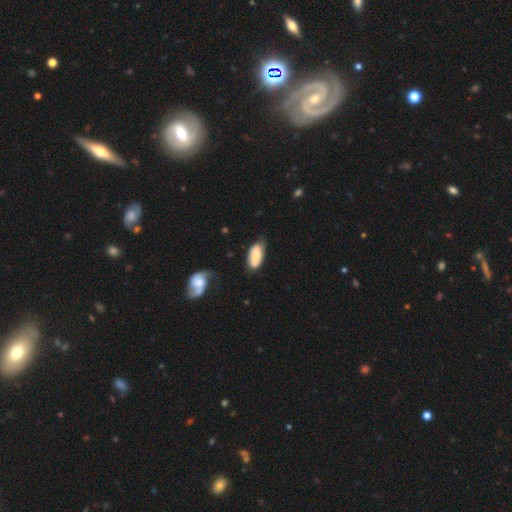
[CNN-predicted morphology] A smooth galaxy with no disk features (66%) that is in between round and cigar-shaped (85%).

Vote fractions:
- Smooth or featured? smooth: 66% / featured or disk: 27% / star or artifact: 7%
- How rounded? in between: 85% / cigar-shaped: 13% / round: 2%
- Merging? none: 60% / minor disturbance: 26% / major disturbance: 7% / merger: 7%